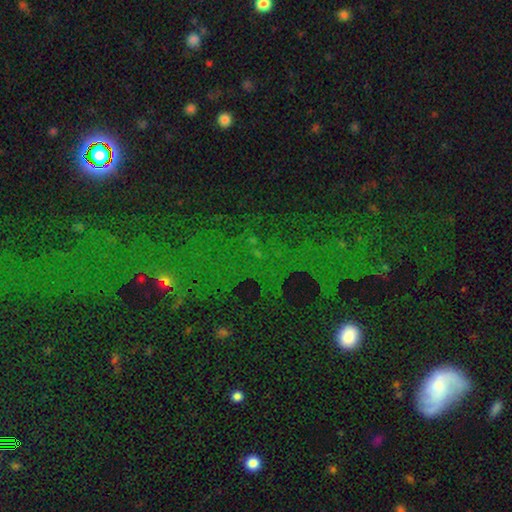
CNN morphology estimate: Smooth or featured: star or artifact — 59% (smooth — 23%)